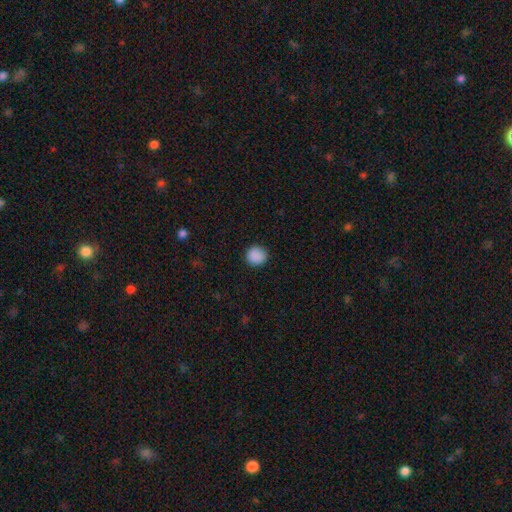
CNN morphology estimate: Smooth or featured? Predicted: smooth (p=0.89). How rounded? Predicted: round (p=0.91). Merging? Predicted: none (p=0.90).